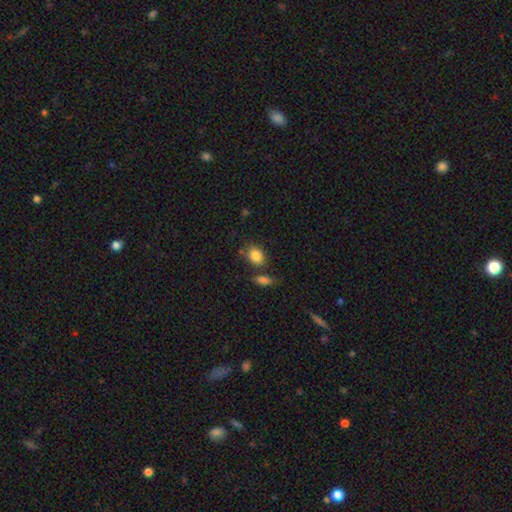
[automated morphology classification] This appears to be a smooth galaxy with no disk features (85%) that is in between round and cigar-shaped (64%). Merging: none (67%).